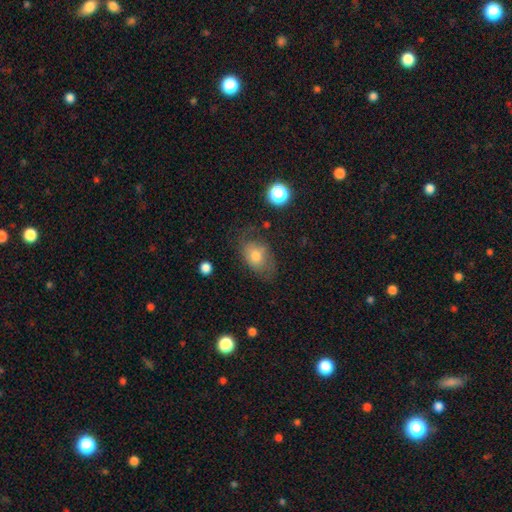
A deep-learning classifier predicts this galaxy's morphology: Smooth or featured? smooth (65%)
How rounded? in between (76%)
Merging? none (58%)